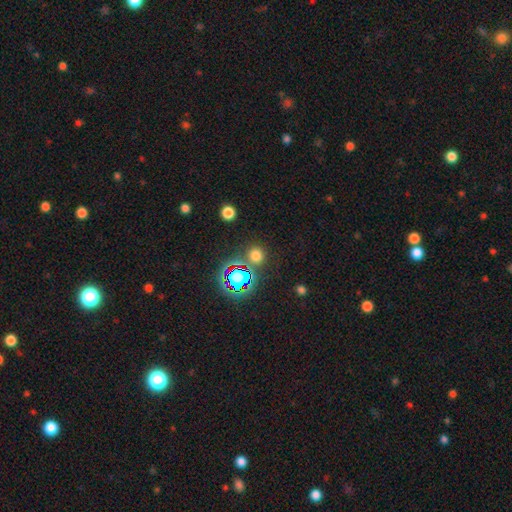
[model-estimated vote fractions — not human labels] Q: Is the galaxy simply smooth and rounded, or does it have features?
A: smooth — 65%.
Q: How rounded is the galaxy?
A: round — 91%.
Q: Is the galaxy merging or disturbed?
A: none — 83%.